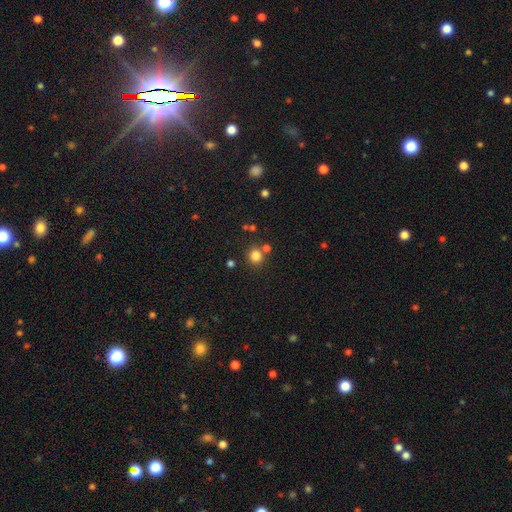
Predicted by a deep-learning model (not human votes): smooth_or_featured: smooth (p=0.81) [alt: star or artifact p=0.14]
how_rounded: round (p=0.86) [alt: in between p=0.13]
merging: none (p=0.74) [alt: merger p=0.15]